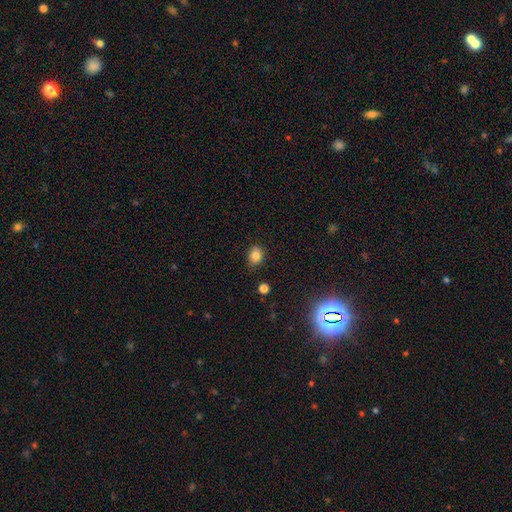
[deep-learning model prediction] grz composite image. It shows a smooth galaxy with no disk features (82%) that is round (58%). Merging: none (82%).